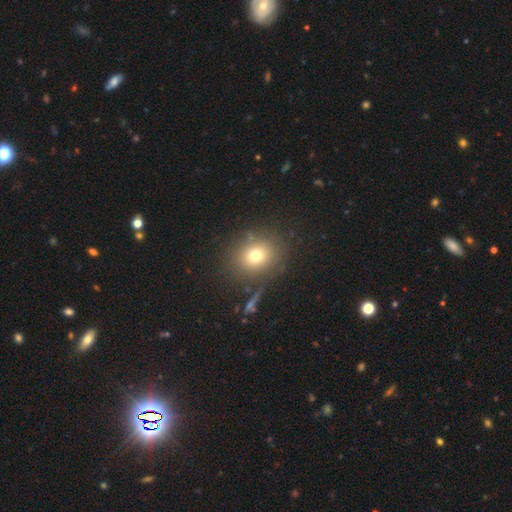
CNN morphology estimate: Smooth or featured? Predicted: smooth (p=0.73). How rounded? Predicted: round (p=0.67). Merging? Predicted: none (p=0.81).